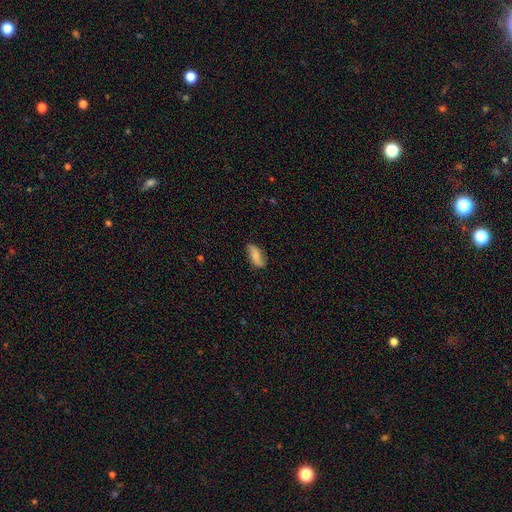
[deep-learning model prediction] smooth 70%, featured or disk 23%, star or artifact 8%. Down the decision tree: how rounded — in between (80%); merging — none (77%).